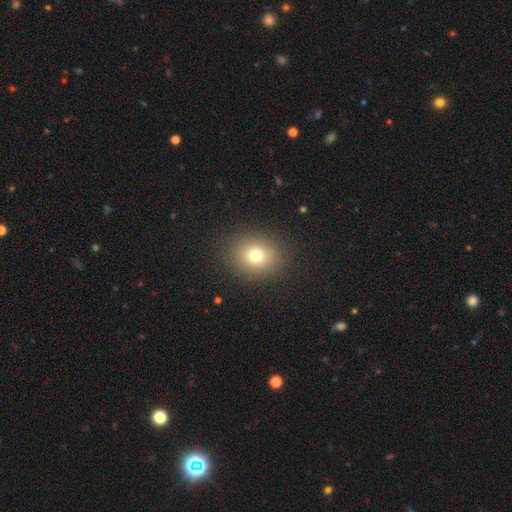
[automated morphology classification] Smooth or featured: smooth — 74% (star or artifact — 15%)
How rounded: round — 68% (in between — 31%)
Merging: none — 89% (minor disturbance — 7%)